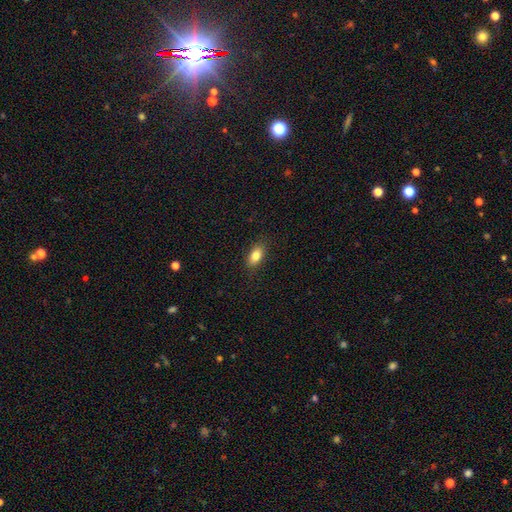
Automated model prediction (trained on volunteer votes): Overall: smooth (84%). How rounded: in between (88%). Merging: none (86%).